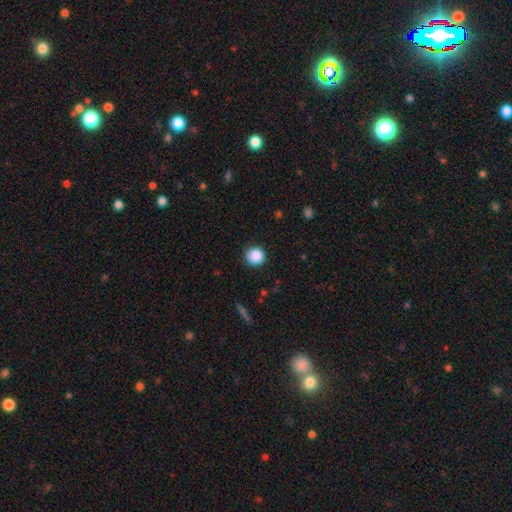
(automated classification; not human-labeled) smooth-or-featured: smooth: 88% | star or artifact: 9% | featured or disk: 3%
  how-rounded: round: 95% | in between: 5% | cigar-shaped: 1%
  merging: none: 90% | minor disturbance: 7% | major disturbance: 2% | merger: 1%